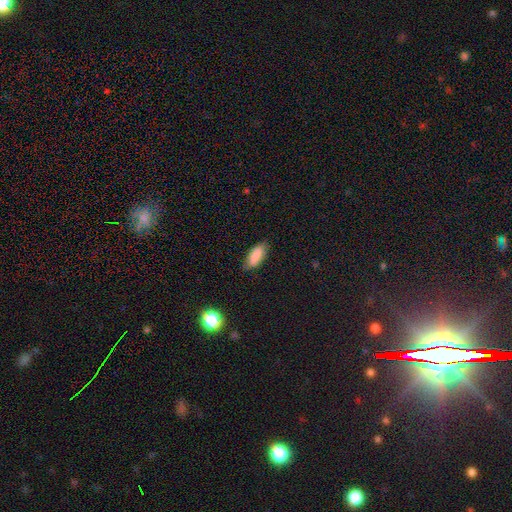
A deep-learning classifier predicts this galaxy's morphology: type=smooth (85%); roundness=in between (79%); merging=none (78%).